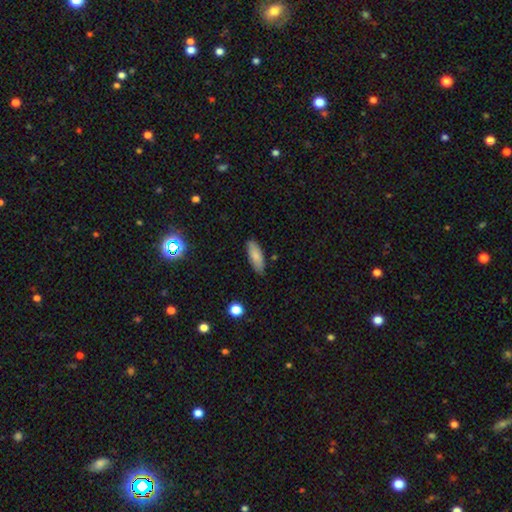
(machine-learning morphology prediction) Q: Smooth or featured?
A: smooth (81%); runner-up: featured or disk (12%)
Q: How rounded?
A: in between (69%); runner-up: cigar-shaped (29%)
Q: Merging?
A: none (81%); runner-up: minor disturbance (15%)